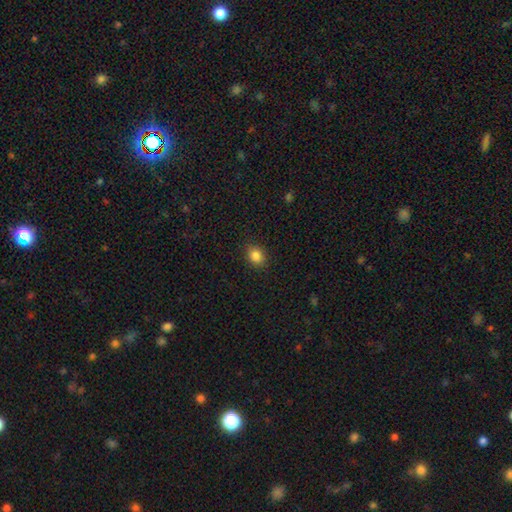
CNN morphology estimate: type=smooth (85%); roundness=round (53%); merging=none (89%).